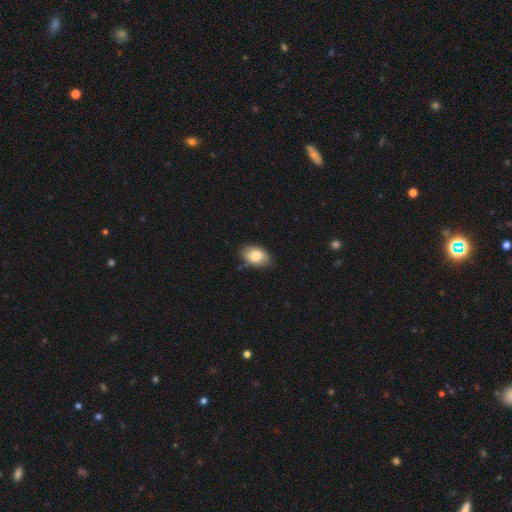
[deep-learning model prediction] smooth 80%, featured or disk 13%, star or artifact 7%. Down the decision tree: how rounded — in between (90%); merging — none (81%).